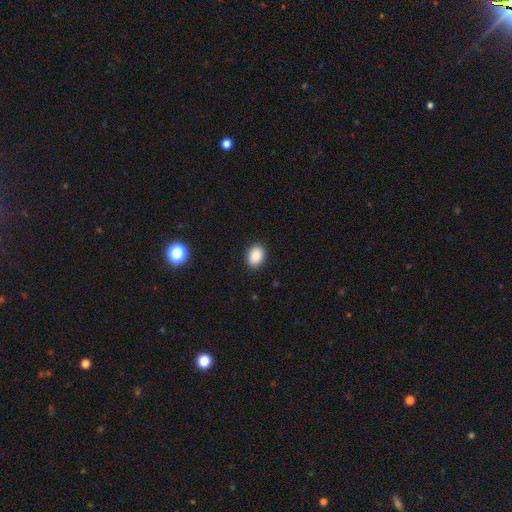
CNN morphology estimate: Smooth or featured: smooth — 89% (star or artifact — 8%)
How rounded: in between — 69% (round — 30%)
Merging: none — 89% (minor disturbance — 8%)